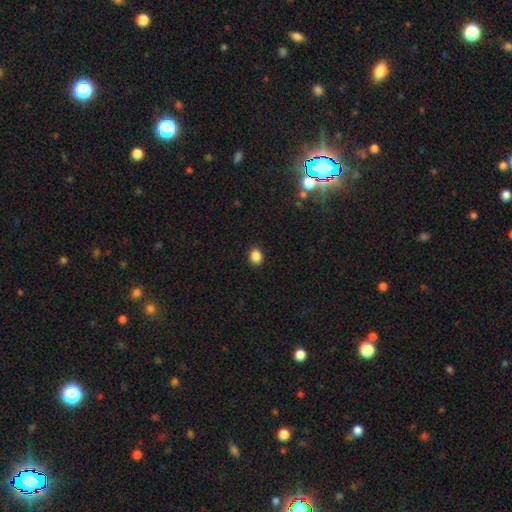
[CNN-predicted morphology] Smooth or featured? Predicted: smooth (p=0.87). How rounded? Predicted: in between (p=0.50). Merging? Predicted: none (p=0.90).